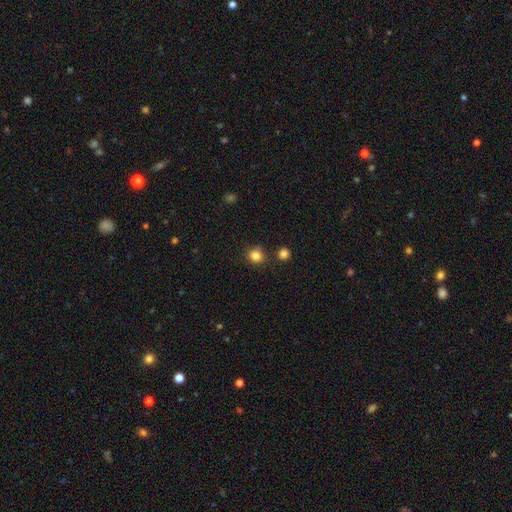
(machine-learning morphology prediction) Smooth or featured?
  - smooth: 83% *
  - star or artifact: 12%
  - featured or disk: 5%
How rounded?
  - round: 90% *
  - in between: 9%
  - cigar-shaped: 1%
Merging?
  - none: 81% *
  - minor disturbance: 10%
  - merger: 7%
  - major disturbance: 3%